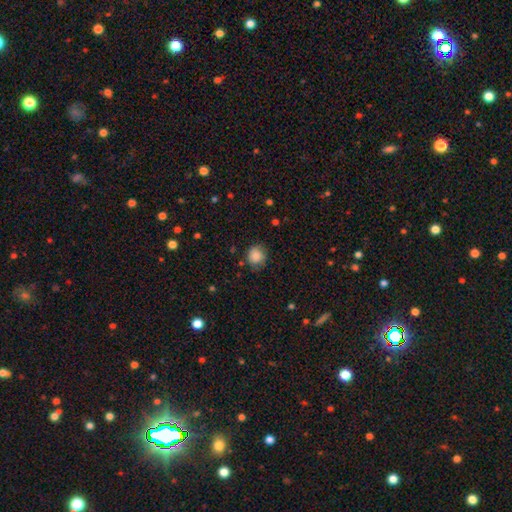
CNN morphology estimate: smooth 84%, star or artifact 9%, featured or disk 6%. Down the decision tree: how rounded — round (83%); merging — none (76%).